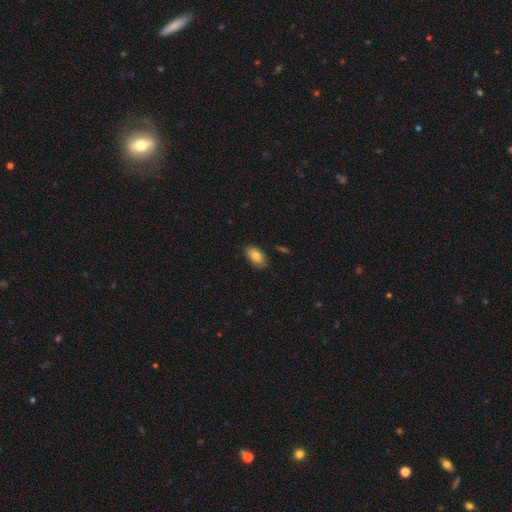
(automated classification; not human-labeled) A smooth galaxy with no disk features (79%) that is in between round and cigar-shaped (93%).

Vote fractions:
- Smooth or featured? smooth: 79% / featured or disk: 14% / star or artifact: 7%
- How rounded? in between: 93% / round: 5% / cigar-shaped: 2%
- Merging? none: 85% / minor disturbance: 12% / major disturbance: 2% / merger: 1%